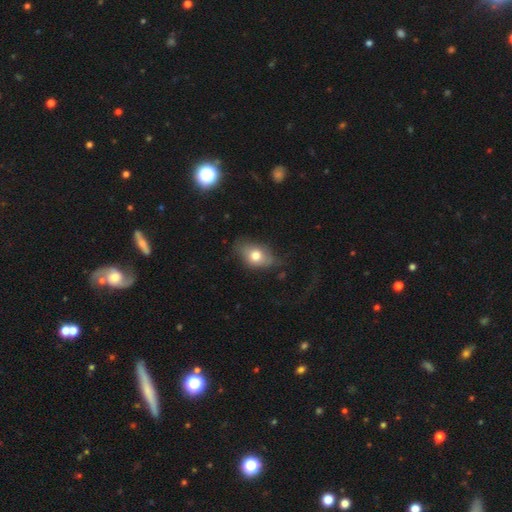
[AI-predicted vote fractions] The model was most divided on "merging": none: 53%, minor disturbance: 32%, major disturbance: 13%, merger: 2%. More confident: how rounded — in between (79%); smooth or featured — smooth (72%).